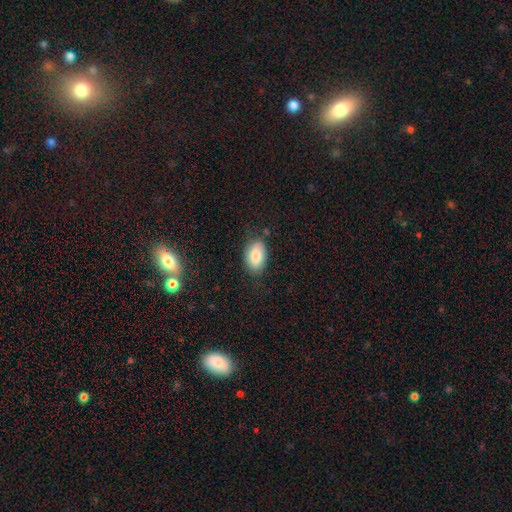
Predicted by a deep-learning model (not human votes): smooth_or_featured: smooth (p=0.81) [alt: featured or disk p=0.12]
how_rounded: in between (p=0.91) [alt: round p=0.07]
merging: none (p=0.74) [alt: minor disturbance p=0.20]